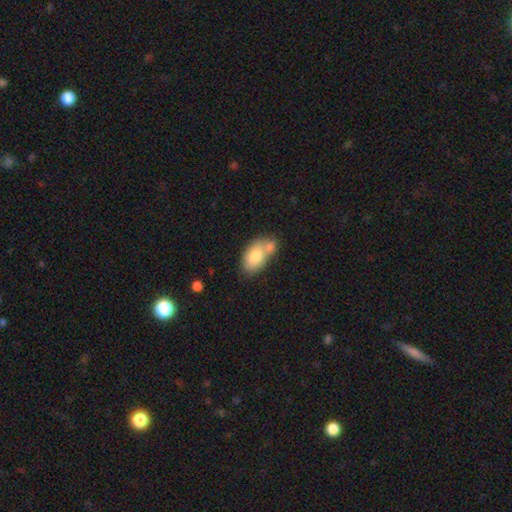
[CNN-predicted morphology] Smooth or featured?
  - smooth: 77% *
  - featured or disk: 16%
  - star or artifact: 7%
How rounded?
  - in between: 90% *
  - round: 8%
  - cigar-shaped: 2%
Merging?
  - merger: 42% *
  - none: 39%
  - minor disturbance: 15%
  - major disturbance: 5%